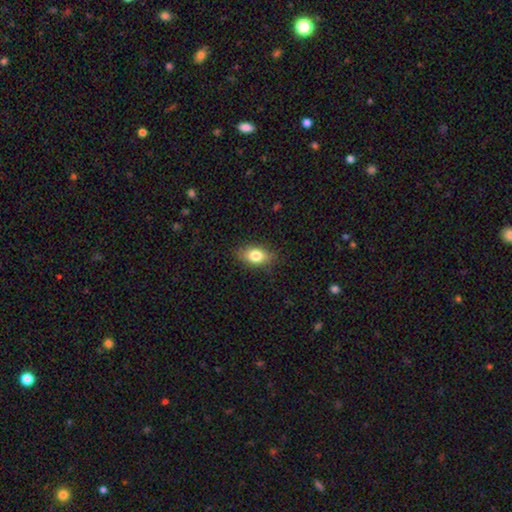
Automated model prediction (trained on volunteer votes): Smooth or featured? smooth (79%)
How rounded? in between (85%)
Merging? none (84%)